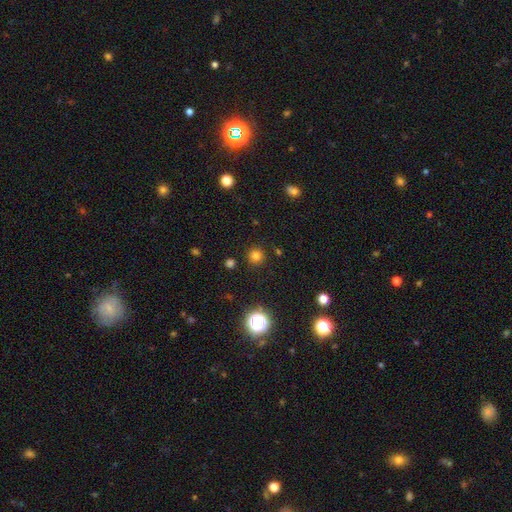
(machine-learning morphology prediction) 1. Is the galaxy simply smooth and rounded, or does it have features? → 77% smooth, 18% star or artifact, 5% featured or disk.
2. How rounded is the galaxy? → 95% round, 4% in between, 1% cigar-shaped.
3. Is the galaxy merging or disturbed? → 90% none, 6% minor disturbance, 2% major disturbance, 2% merger.